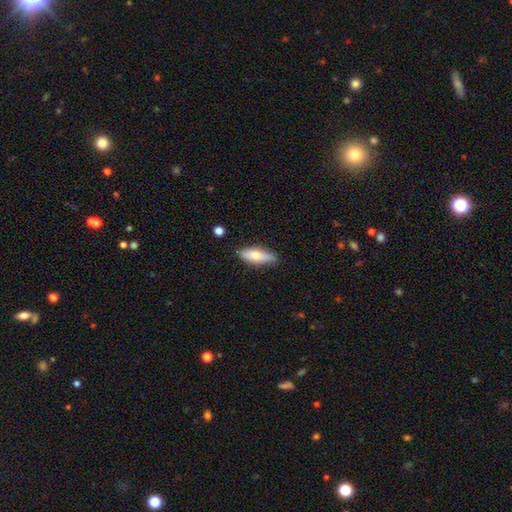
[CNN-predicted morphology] Smooth or featured?
  - smooth: 66% *
  - featured or disk: 28%
  - star or artifact: 6%
How rounded?
  - in between: 58% *
  - cigar-shaped: 40%
  - round: 3%
Merging?
  - none: 80% *
  - minor disturbance: 15%
  - major disturbance: 3%
  - merger: 2%